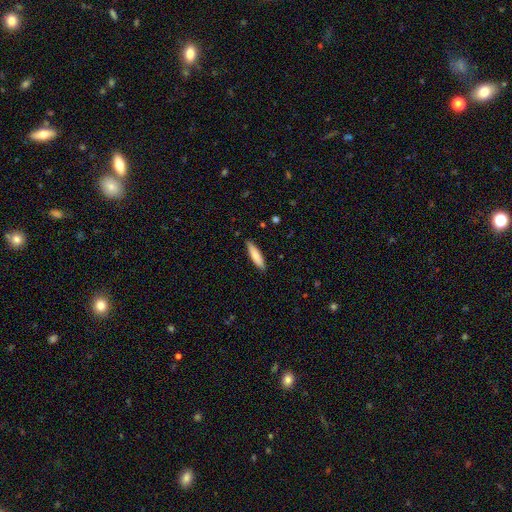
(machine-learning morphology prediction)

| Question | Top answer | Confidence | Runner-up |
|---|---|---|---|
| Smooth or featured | smooth | 79% | featured or disk (15%) |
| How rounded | cigar-shaped | 76% | in between (23%) |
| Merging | none | 89% | minor disturbance (9%) |